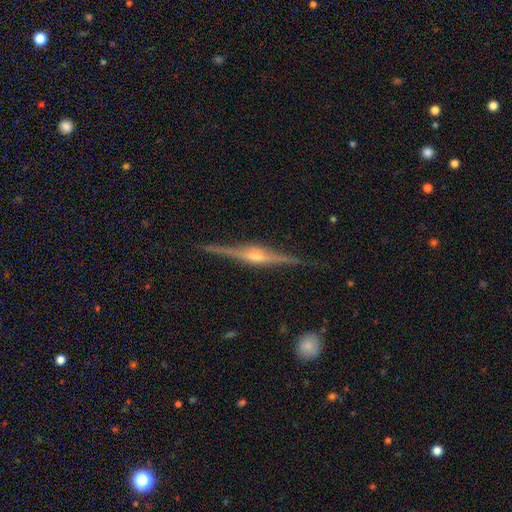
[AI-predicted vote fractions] A featured or disk galaxy (88%) viewed edge-on (98%) with a rounded central bulge (87%). Merging: none (89%).